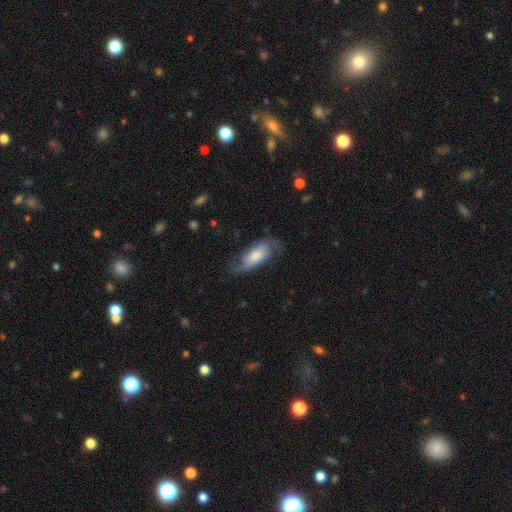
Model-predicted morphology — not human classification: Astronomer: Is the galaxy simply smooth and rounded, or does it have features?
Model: featured or disk — 58% (runner-up: smooth, 35%).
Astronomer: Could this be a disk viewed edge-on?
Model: no — 88%.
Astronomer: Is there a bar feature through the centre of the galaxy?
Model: no — 59%.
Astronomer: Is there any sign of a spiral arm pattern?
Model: yes — 89%.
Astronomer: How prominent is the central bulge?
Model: moderate — 36% (runner-up: large, 28%).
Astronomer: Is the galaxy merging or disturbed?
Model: none — 63%.